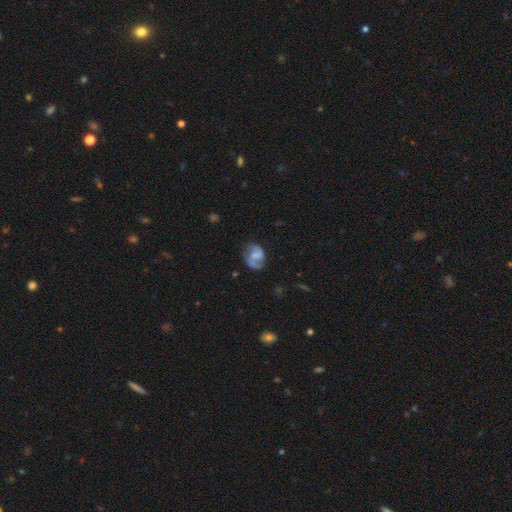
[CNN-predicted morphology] smooth-or-featured: featured or disk: 70% | smooth: 23% | star or artifact: 7%
  disk-edge-on: no: 98% | yes: 2%
    bar: weak: 48% | no: 34% | strong: 18%
    has-spiral-arms: yes: 89% | no: 11%
      spiral-winding: medium: 47% | loose: 32% | tight: 21%
      spiral-arm-count: 2: 82% | can't tell: 8% | 1: 7% | 3: 1% | 4: 1% | more than 4: 1%
    bulge-size: none: 33% | small: 29% | moderate: 28% | large: 8% | dominant: 2%
  merging: none: 65% | minor disturbance: 21% | major disturbance: 11% | merger: 3%